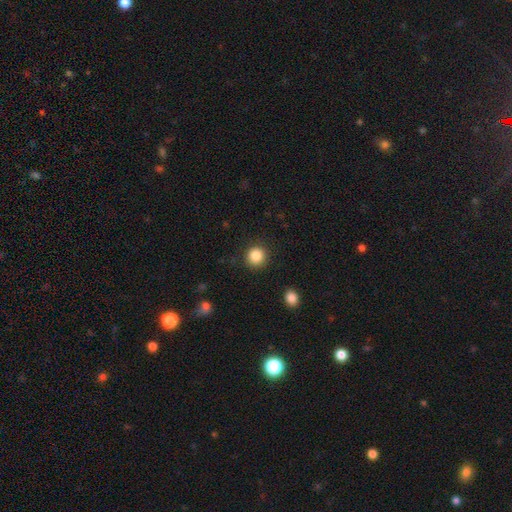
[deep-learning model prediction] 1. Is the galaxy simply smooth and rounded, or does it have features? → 86% smooth, 10% star or artifact, 4% featured or disk.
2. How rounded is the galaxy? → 92% round, 7% in between, 1% cigar-shaped.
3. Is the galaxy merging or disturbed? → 91% none, 6% minor disturbance, 2% major disturbance, 1% merger.